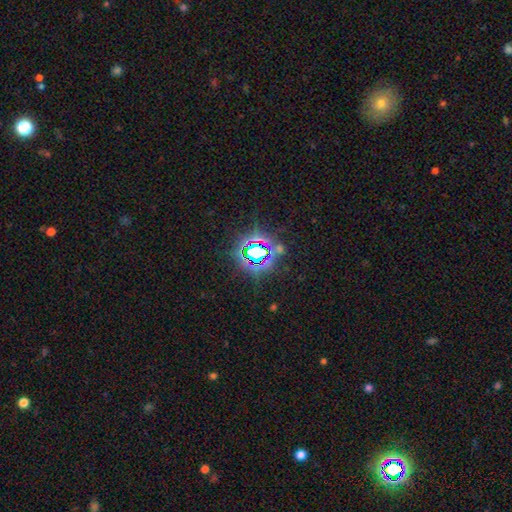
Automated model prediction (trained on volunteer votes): smooth-or-featured: star or artifact: 77% | smooth: 14% | featured or disk: 9%